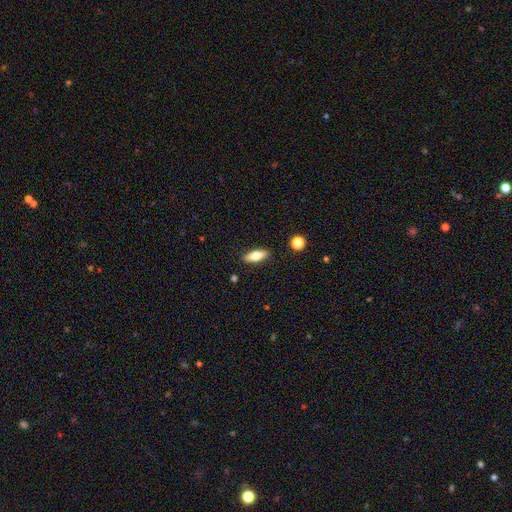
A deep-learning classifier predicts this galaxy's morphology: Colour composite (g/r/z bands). It shows a smooth galaxy with no disk features (70%) that is in between round and cigar-shaped (64%). Merging: none (88%).